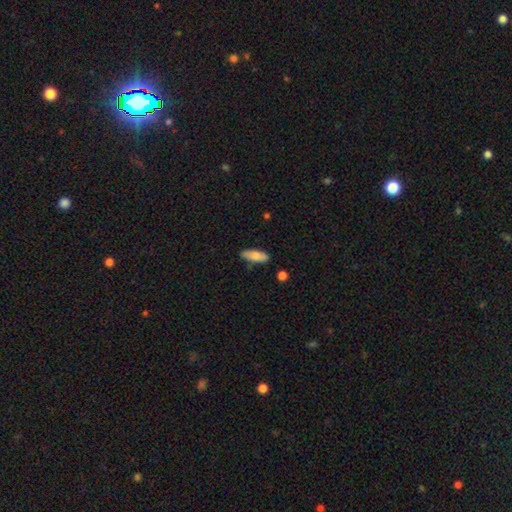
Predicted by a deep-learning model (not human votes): Smooth or featured?
  - smooth: 80% *
  - featured or disk: 13%
  - star or artifact: 6%
How rounded?
  - in between: 69% *
  - cigar-shaped: 28%
  - round: 2%
Merging?
  - none: 83% *
  - minor disturbance: 12%
  - merger: 2%
  - major disturbance: 2%